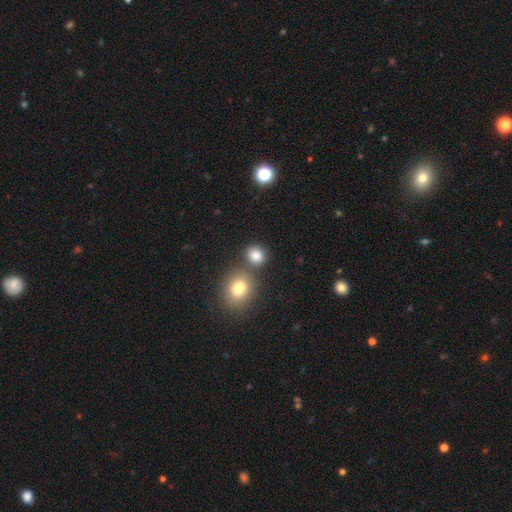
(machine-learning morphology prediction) smooth 83%, star or artifact 12%, featured or disk 6%. Down the decision tree: how rounded — round (74%); merging — none (69%).